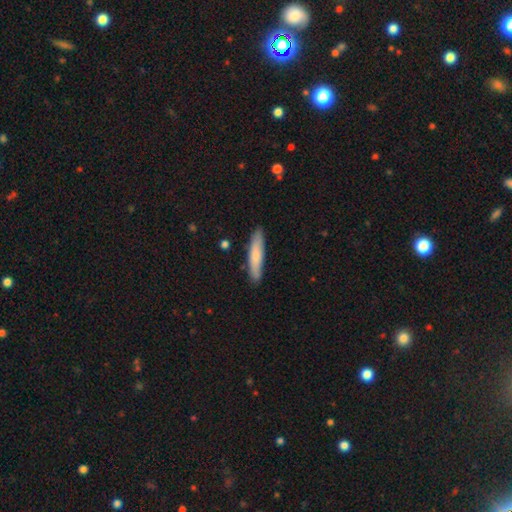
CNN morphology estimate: Smooth or featured?
  - smooth: 76% *
  - featured or disk: 19%
  - star or artifact: 5%
How rounded?
  - cigar-shaped: 86% *
  - in between: 13%
  - round: 1%
Merging?
  - none: 87% *
  - minor disturbance: 10%
  - major disturbance: 2%
  - merger: 1%